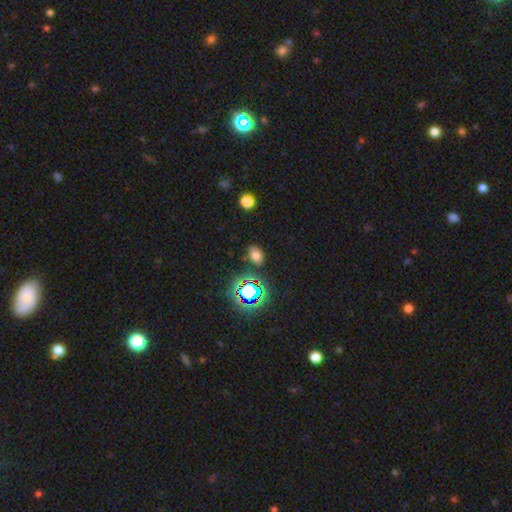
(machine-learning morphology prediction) smooth 68%, star or artifact 25%, featured or disk 7%. Down the decision tree: how rounded — in between (78%); merging — none (83%).